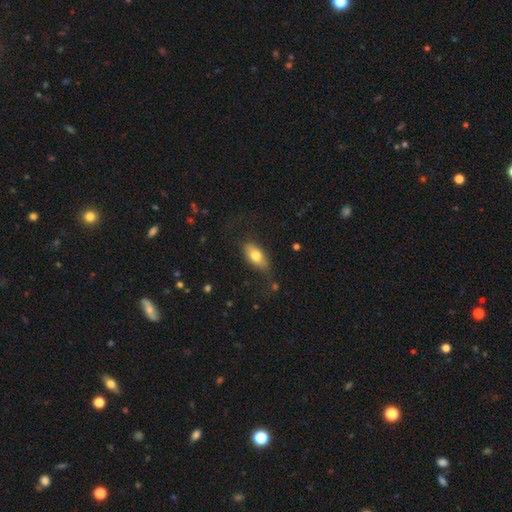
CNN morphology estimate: Q: Smooth or featured?
A: smooth (70%); runner-up: featured or disk (23%)
Q: How rounded?
A: in between (84%); runner-up: cigar-shaped (11%)
Q: Merging?
A: none (70%); runner-up: minor disturbance (21%)